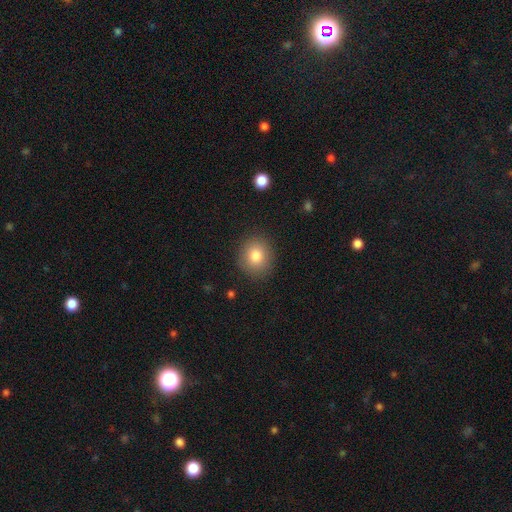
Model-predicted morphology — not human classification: Q: Smooth or featured?
A: smooth (82%); runner-up: star or artifact (10%)
Q: How rounded?
A: round (78%); runner-up: in between (21%)
Q: Merging?
A: none (88%); runner-up: minor disturbance (8%)